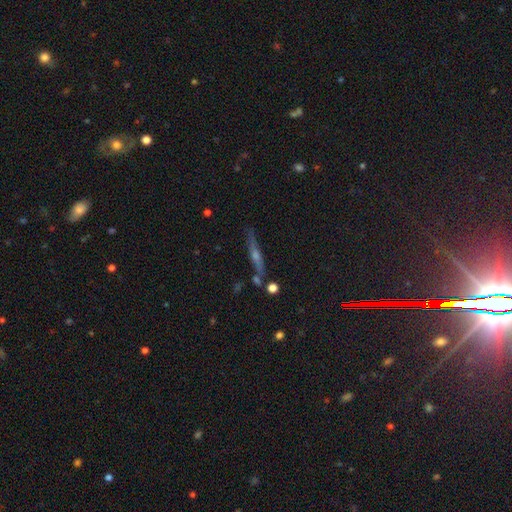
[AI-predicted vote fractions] Smooth or featured? Predicted: featured or disk (p=0.67). Edge-on disk? Predicted: yes (p=0.95). Edge-on bulge? Predicted: rounded (p=0.83). Merging? Predicted: none (p=0.79).